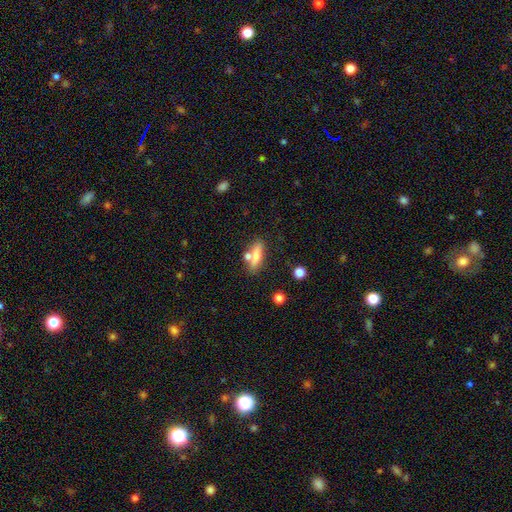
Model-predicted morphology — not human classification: smooth_or_featured: smooth (p=0.68) [alt: featured or disk p=0.24]
how_rounded: cigar-shaped (p=0.57) [alt: in between p=0.40]
merging: none (p=0.64) [alt: merger p=0.18]